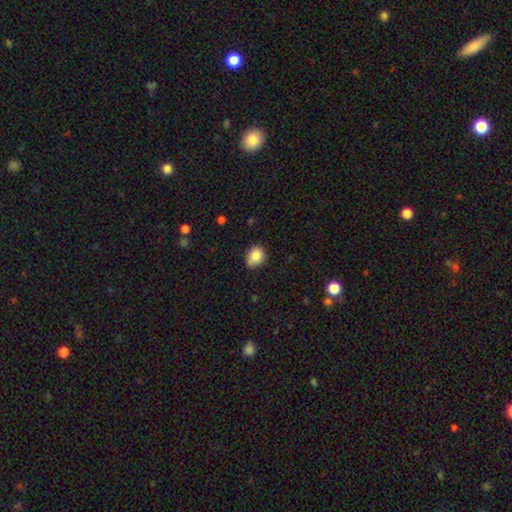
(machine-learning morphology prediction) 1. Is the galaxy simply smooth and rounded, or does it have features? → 84% smooth, 9% star or artifact, 7% featured or disk.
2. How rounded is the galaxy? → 60% round, 39% in between, 1% cigar-shaped.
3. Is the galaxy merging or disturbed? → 69% none, 24% minor disturbance, 4% major disturbance, 3% merger.